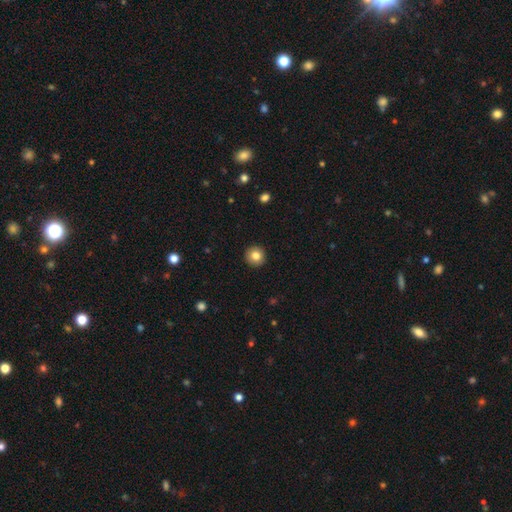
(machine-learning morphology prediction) This is clearly a smooth galaxy (83%). How rounded: clearly round (95%). Merging: clearly none (93%).